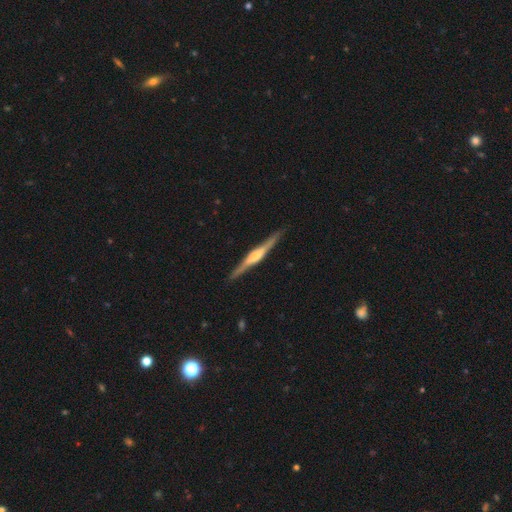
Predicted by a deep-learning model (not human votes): A featured or disk galaxy (78%) viewed edge-on (98%) with a rounded central bulge (61%).

Vote fractions:
- Smooth or featured? featured or disk: 78% / smooth: 18% / star or artifact: 5%
- Edge-on disk? yes: 98% / no: 2%
- Edge-on bulge? rounded: 61% / boxy: 30% / none: 9%
- Merging? none: 90% / minor disturbance: 7% / major disturbance: 2% / merger: 1%